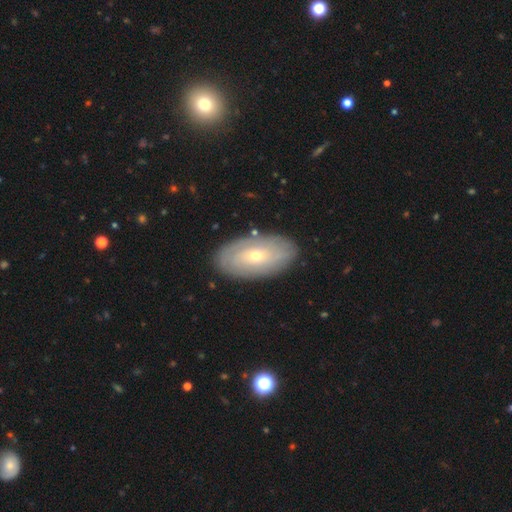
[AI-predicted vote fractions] Smooth or featured? featured or disk (58%)
Edge-on disk? no (90%)
Bar? no (77%)
Spiral arms? yes (56%)
Bulge size? small (66%)
Merging? none (86%)